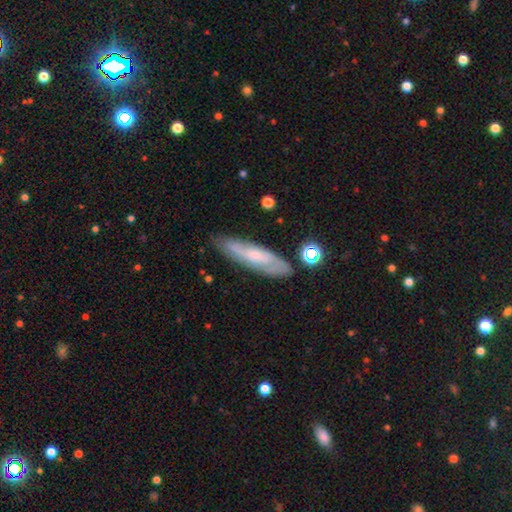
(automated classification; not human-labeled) smooth-or-featured: featured or disk: 55% | smooth: 38% | star or artifact: 7%
  disk-edge-on: no: 61% | yes: 39%
  merging: none: 77% | minor disturbance: 16% | major disturbance: 4% | merger: 3%